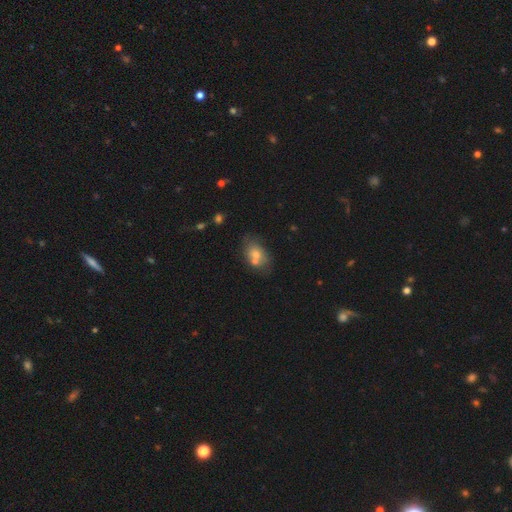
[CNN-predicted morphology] smooth-or-featured: smooth: 66% | featured or disk: 24% | star or artifact: 11%
  how-rounded: in between: 77% | round: 22% | cigar-shaped: 2%
  merging: none: 44% | merger: 34% | minor disturbance: 16% | major disturbance: 6%